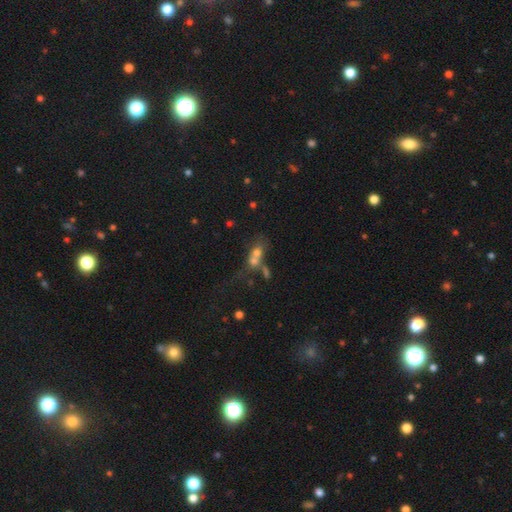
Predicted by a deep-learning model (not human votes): Smooth or featured? Predicted: smooth (p=0.58). How rounded? Predicted: round (p=0.53). Merging? Predicted: merger (p=0.64).